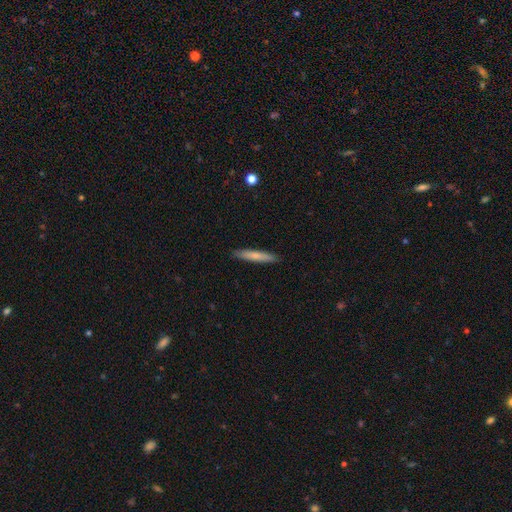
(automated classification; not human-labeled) Q: Smooth or featured?
A: smooth (70%); runner-up: featured or disk (25%)
Q: How rounded?
A: cigar-shaped (92%); runner-up: in between (6%)
Q: Merging?
A: none (90%); runner-up: minor disturbance (7%)